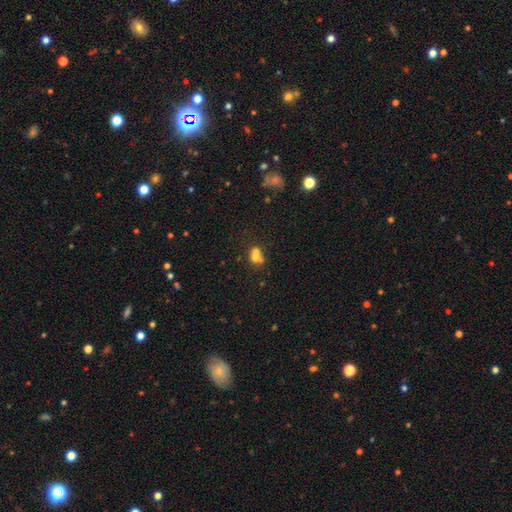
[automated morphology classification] The model was most divided on "how rounded": round: 54%, in between: 44%, cigar-shaped: 2%. More confident: smooth or featured — smooth (67%); merging — merger (55%).